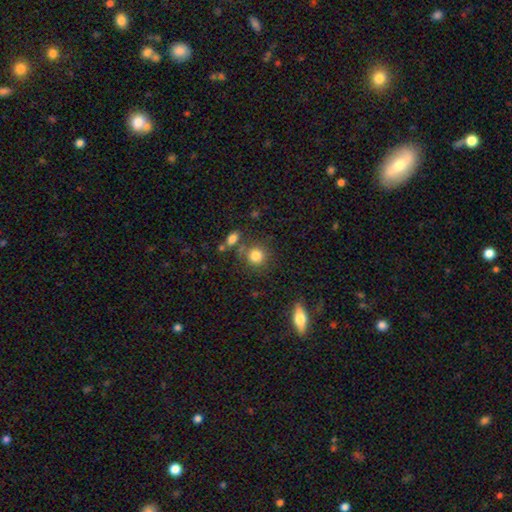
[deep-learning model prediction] smooth_or_featured: smooth (p=0.82) [alt: star or artifact p=0.11]
how_rounded: round (p=0.87) [alt: in between p=0.12]
merging: none (p=0.72) [alt: merger p=0.12]